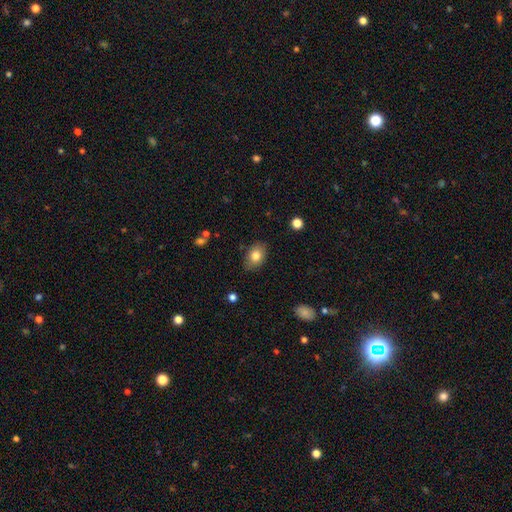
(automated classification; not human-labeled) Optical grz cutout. It shows a smooth galaxy with no disk features (80%) that is in between round and cigar-shaped (78%). Merging: none (82%).